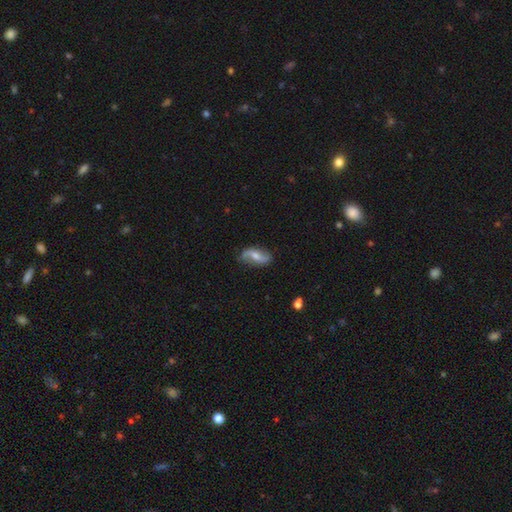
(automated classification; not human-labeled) Overall: featured or disk (78%). Edge-on disk: no (94%). Bar: weak (42%; no 33%). Spiral arms: yes (93%). Spiral arm count: 2 (92%). Spiral winding: loose (78%). Bulge size: moderate (51%; small 39%). Merging: none (78%).